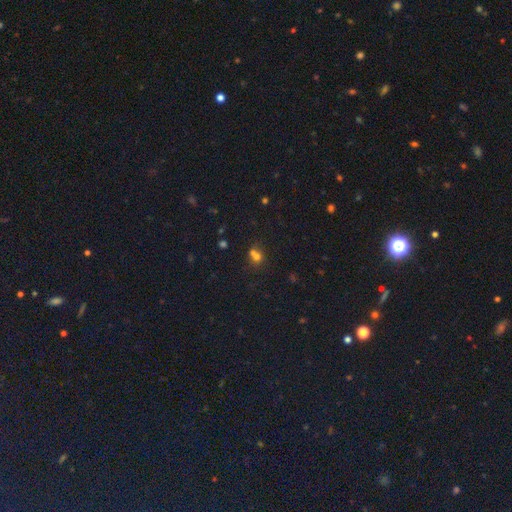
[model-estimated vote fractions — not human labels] Morphology: type=smooth (65%); roundness=round (71%); merging=merger (53%).